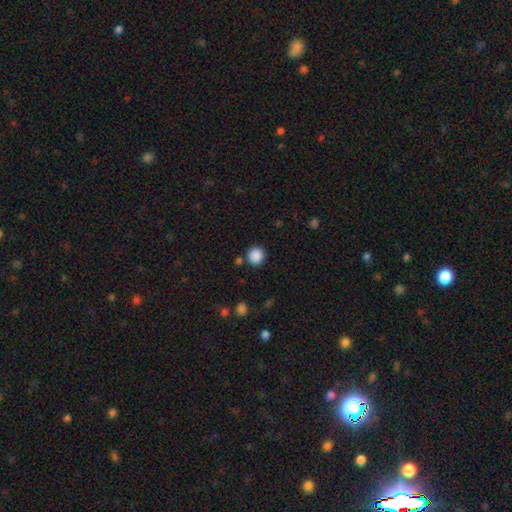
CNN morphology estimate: smooth-or-featured: smooth: 88% | star or artifact: 9% | featured or disk: 3%
  how-rounded: round: 91% | in between: 8% | cigar-shaped: 1%
  merging: none: 85% | minor disturbance: 8% | merger: 4% | major disturbance: 3%